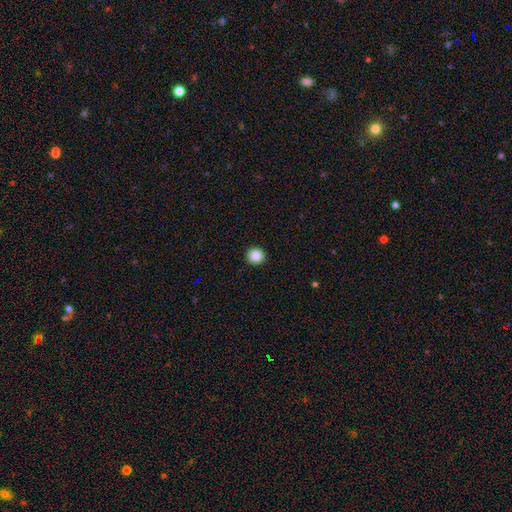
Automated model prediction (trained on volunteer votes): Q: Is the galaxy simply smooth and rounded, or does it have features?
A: smooth — 87%.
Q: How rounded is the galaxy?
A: round — 95%.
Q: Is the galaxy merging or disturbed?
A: none — 94%.